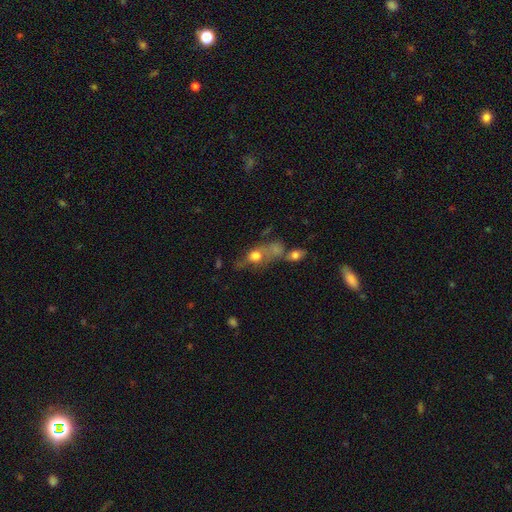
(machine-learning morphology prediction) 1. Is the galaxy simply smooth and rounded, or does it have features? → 59% smooth, 28% featured or disk, 13% star or artifact.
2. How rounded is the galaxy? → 51% in between, 39% round, 10% cigar-shaped.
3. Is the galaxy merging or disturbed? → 41% merger, 31% none, 14% major disturbance, 14% minor disturbance.